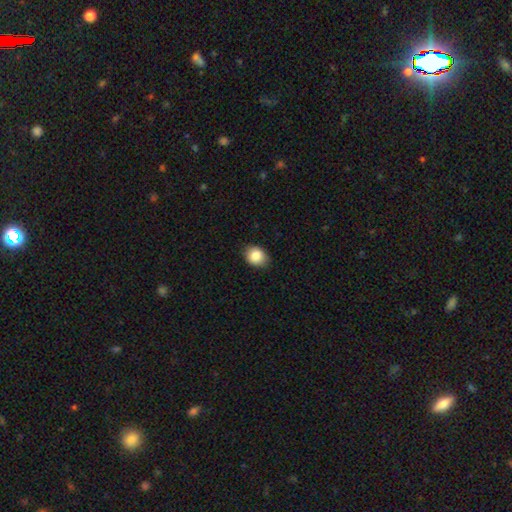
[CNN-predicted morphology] This is clearly a smooth galaxy (86%). How rounded: likely in between (60%). Merging: clearly none (85%).